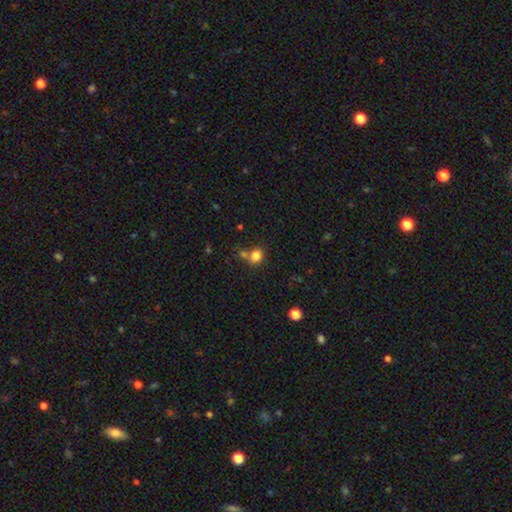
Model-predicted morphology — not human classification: Overall: smooth (82%). How rounded: round (52%; in between 47%). Merging: none (59%; merger 25%).